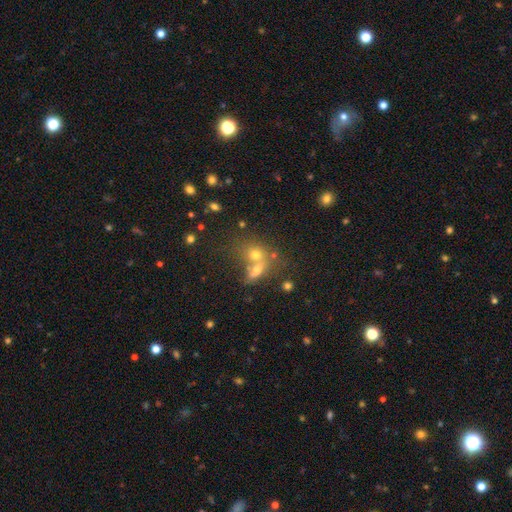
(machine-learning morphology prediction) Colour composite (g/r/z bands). It shows a smooth galaxy with no disk features (57%) that is round (59%). Merging: merger (54%).